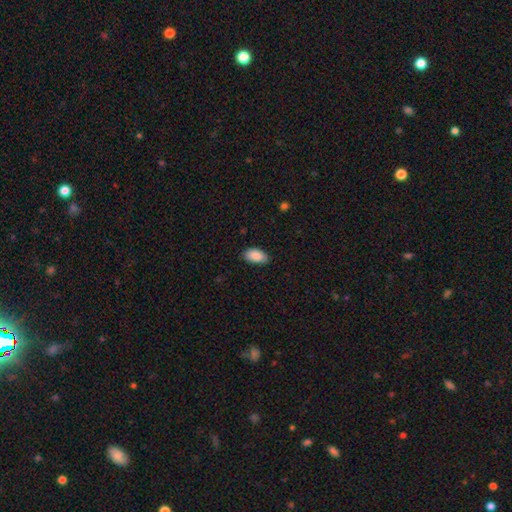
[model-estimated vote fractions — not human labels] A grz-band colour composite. It shows a smooth galaxy with no disk features (88%) that is in between round and cigar-shaped (94%). Merging: none (82%).